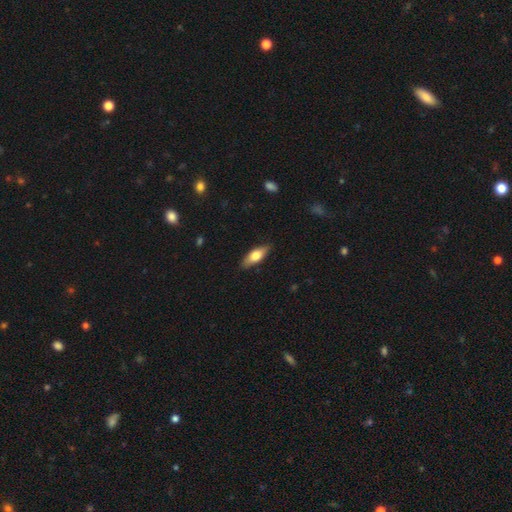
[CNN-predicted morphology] Smooth or featured? Predicted: smooth (p=0.65). How rounded? Predicted: in between (p=0.67). Merging? Predicted: none (p=0.85).